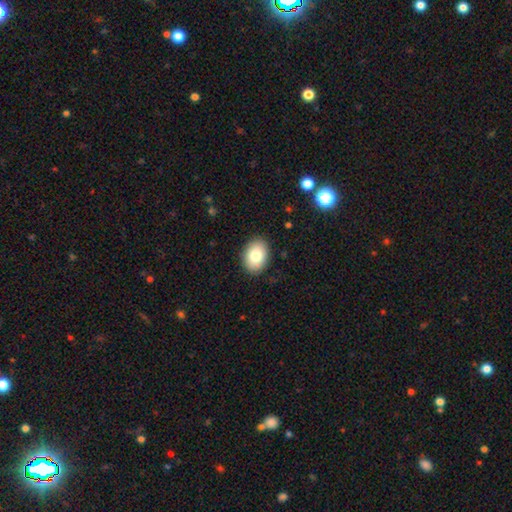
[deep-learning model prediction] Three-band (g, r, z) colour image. It shows a smooth galaxy with no disk features (82%) that is in between round and cigar-shaped (75%). Merging: none (89%).